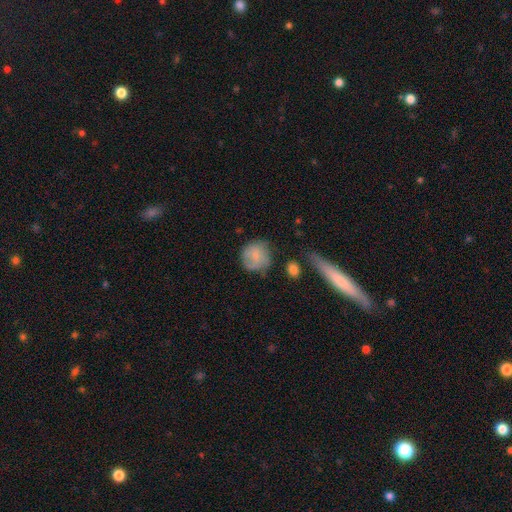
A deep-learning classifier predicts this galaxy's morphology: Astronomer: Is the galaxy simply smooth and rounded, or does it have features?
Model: smooth — 76%.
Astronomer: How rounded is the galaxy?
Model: round — 88%.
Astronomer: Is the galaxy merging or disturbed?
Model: none — 61%.